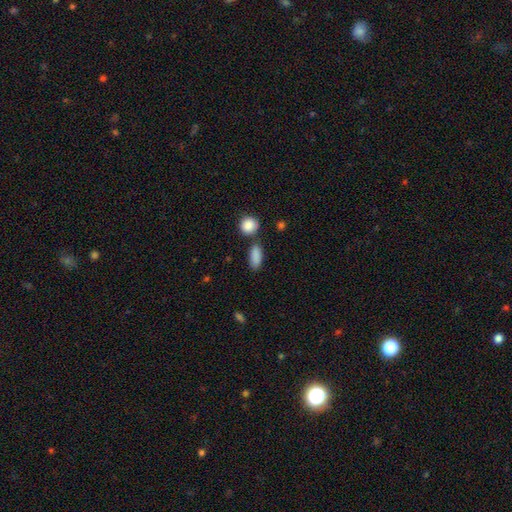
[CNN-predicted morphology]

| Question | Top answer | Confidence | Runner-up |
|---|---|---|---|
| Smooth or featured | smooth | 88% | star or artifact (7%) |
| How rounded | in between | 80% | cigar-shaped (14%) |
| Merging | none | 76% | minor disturbance (12%) |